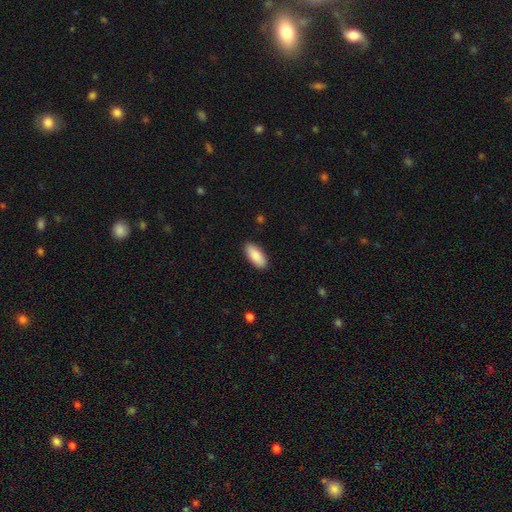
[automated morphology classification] smooth 89%, featured or disk 6%, star or artifact 5%. Down the decision tree: how rounded — in between (83%); merging — none (89%).